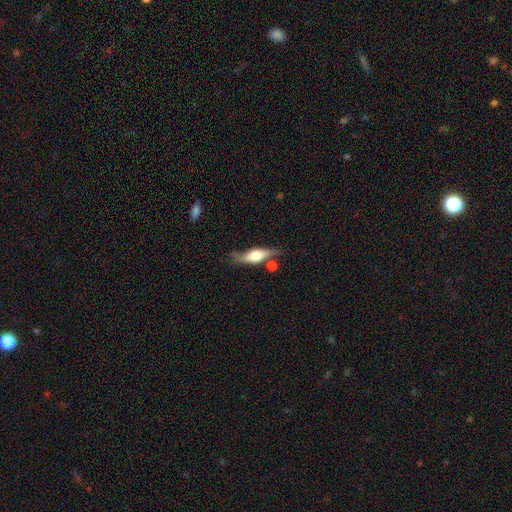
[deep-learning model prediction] Smooth or featured? featured or disk (58%)
Edge-on disk? yes (90%)
Edge-on bulge? rounded (86%)
Merging? none (67%)